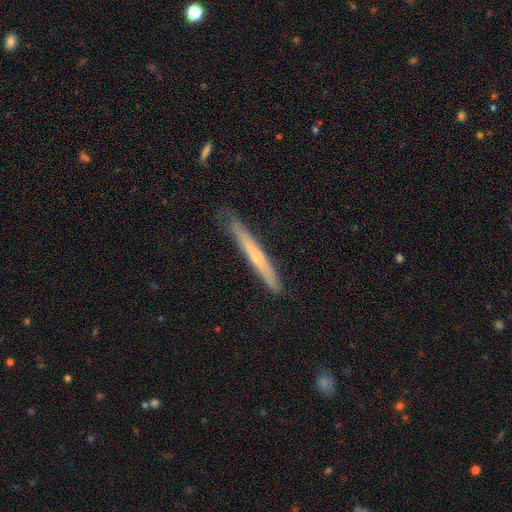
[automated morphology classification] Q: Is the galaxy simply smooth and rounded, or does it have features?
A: smooth — 52%.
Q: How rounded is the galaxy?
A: cigar-shaped — 97%.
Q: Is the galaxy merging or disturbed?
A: none — 80%.